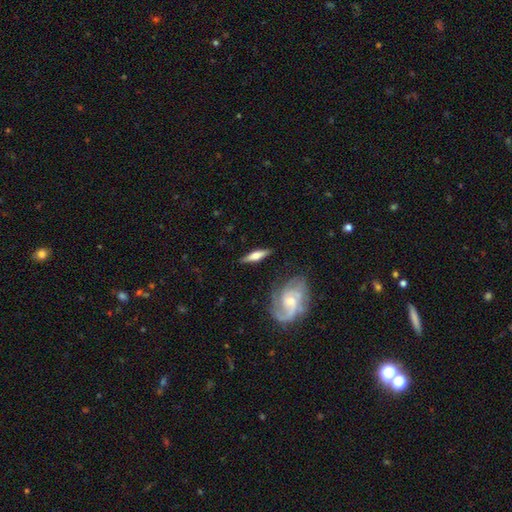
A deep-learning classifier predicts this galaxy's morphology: This is possibly a featured or disk galaxy (58%). It is clearly viewed edge-on (84%). Merging: clearly none (83%).